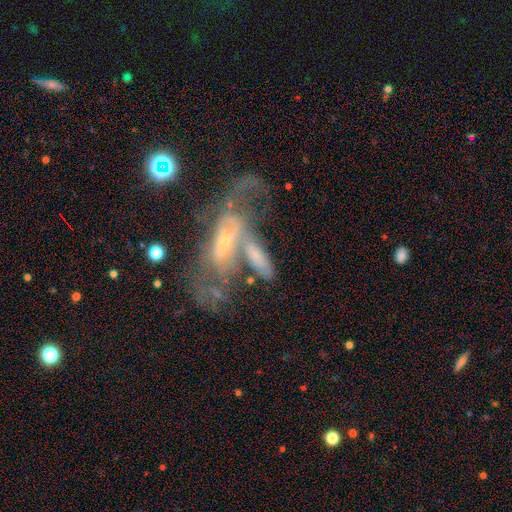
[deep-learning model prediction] Q: Smooth or featured?
A: featured or disk (62%); runner-up: smooth (29%)
Q: Edge-on disk?
A: no (78%); runner-up: yes (22%)
Q: Merging?
A: merger (52%); runner-up: major disturbance (20%)